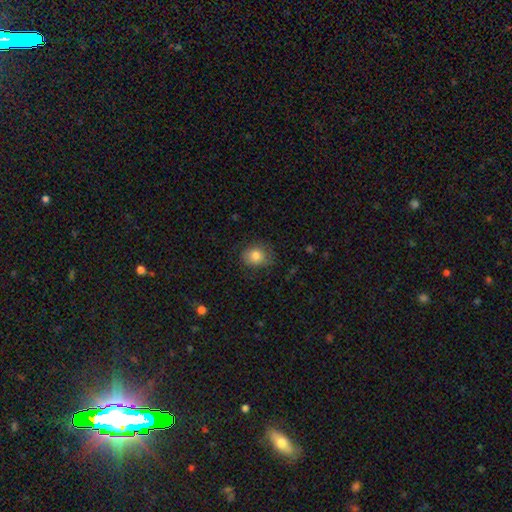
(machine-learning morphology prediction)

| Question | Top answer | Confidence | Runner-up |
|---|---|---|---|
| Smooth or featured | smooth | 81% | featured or disk (10%) |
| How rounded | round | 55% | in between (44%) |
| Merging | none | 75% | minor disturbance (18%) |